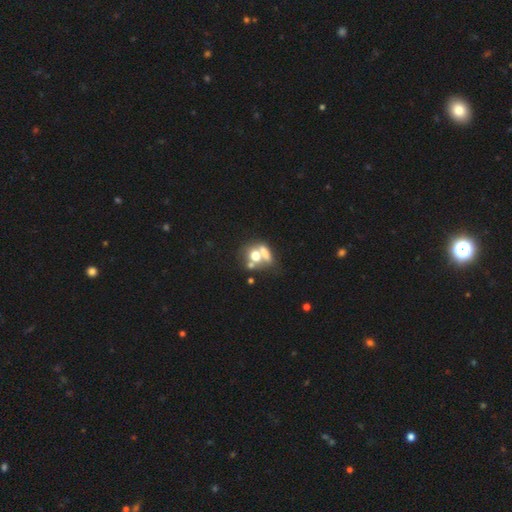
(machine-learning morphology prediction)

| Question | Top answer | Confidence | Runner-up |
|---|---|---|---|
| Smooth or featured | smooth | 55% | featured or disk (30%) |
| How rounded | round | 53% | in between (41%) |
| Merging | merger | 53% | none (30%) |